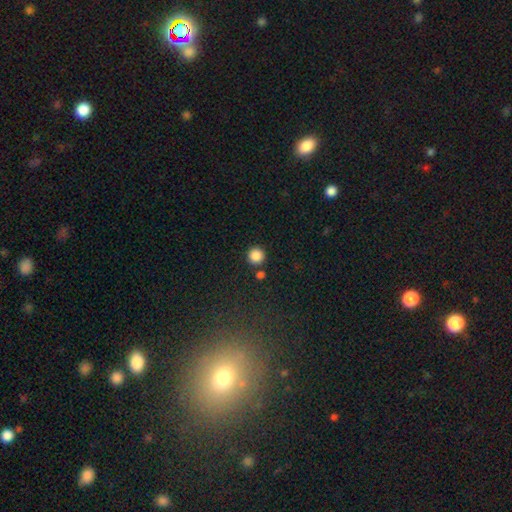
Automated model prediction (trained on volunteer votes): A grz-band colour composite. It shows a smooth galaxy with no disk features (86%) that is round (96%). Merging: none (86%).